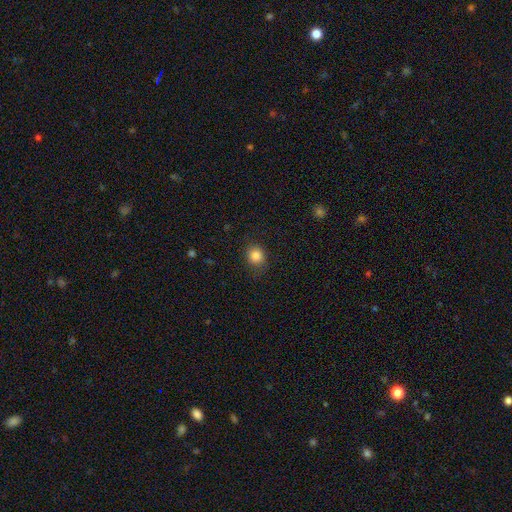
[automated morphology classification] Smooth or featured? smooth (85%)
How rounded? round (76%)
Merging? none (82%)